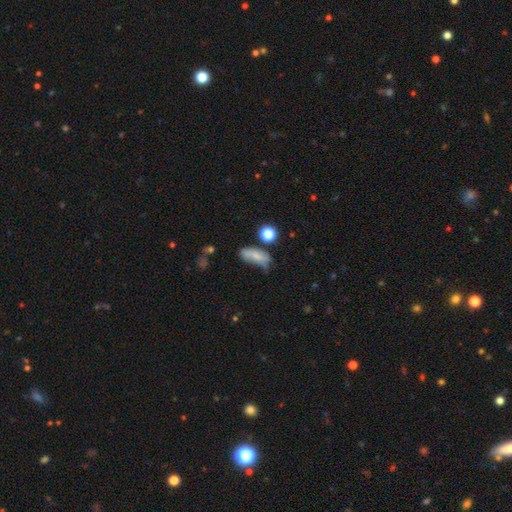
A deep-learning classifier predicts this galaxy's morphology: Smooth or featured? smooth (70%)
How rounded? in between (78%)
Merging? none (40%)